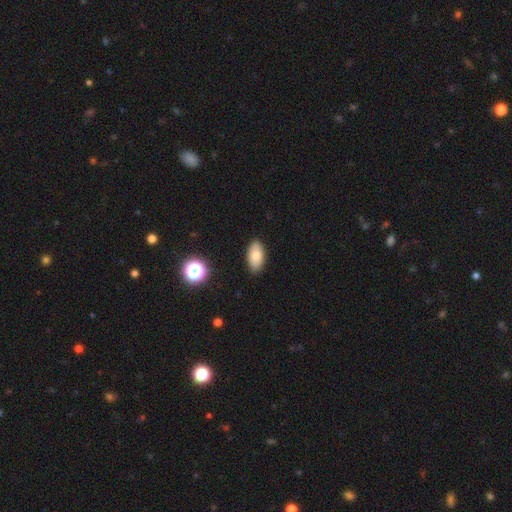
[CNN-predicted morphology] smooth_or_featured: smooth (p=0.81) [alt: featured or disk p=0.11]
how_rounded: in between (p=0.93) [alt: round p=0.04]
merging: none (p=0.88) [alt: minor disturbance p=0.09]